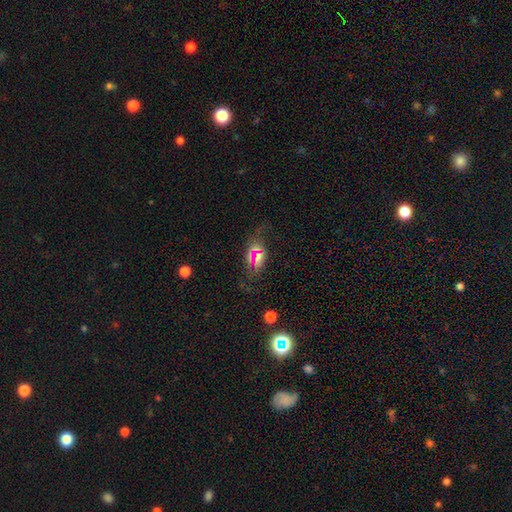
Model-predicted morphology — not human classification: Smooth or featured?
  - smooth: 48% *
  - star or artifact: 27%
  - featured or disk: 24%
Merging?
  - none: 62% *
  - minor disturbance: 21%
  - major disturbance: 14%
  - merger: 4%